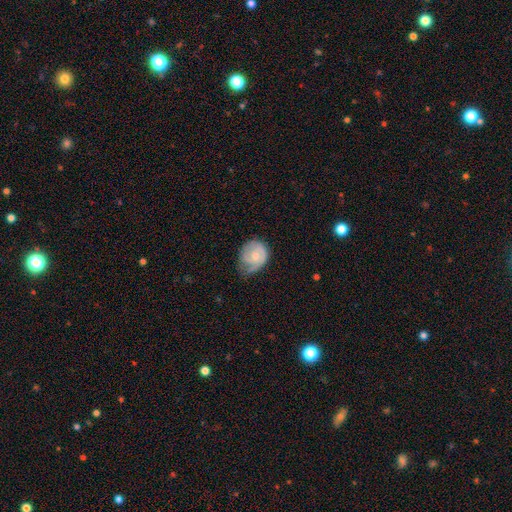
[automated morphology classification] featured or disk 52%, smooth 41%, star or artifact 6%. Down the decision tree: edge-on disk — no (97%); bar — no (73%); spiral arms — yes (77%); bulge size — small (51%); merging — none (43%).